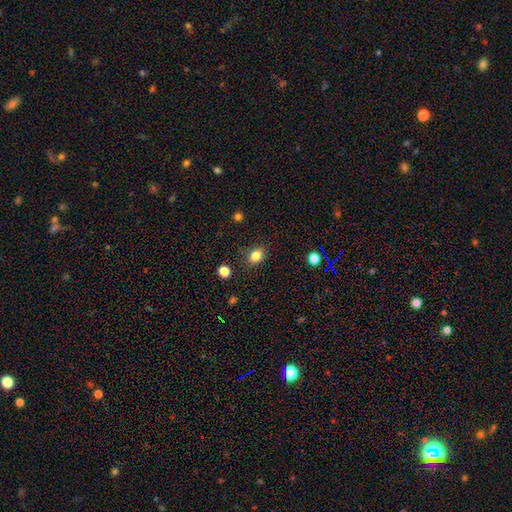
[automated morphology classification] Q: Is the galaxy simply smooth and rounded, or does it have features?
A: smooth — 83%.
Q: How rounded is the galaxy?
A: round — 53%.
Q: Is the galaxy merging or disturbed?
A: none — 85%.